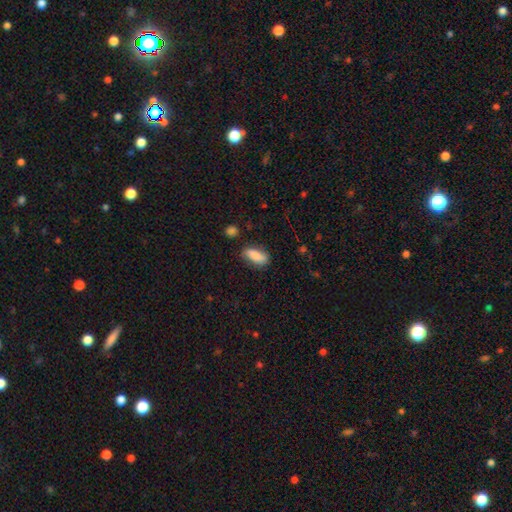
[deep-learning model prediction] Smooth or featured: smooth — 85% (featured or disk — 8%)
How rounded: in between — 79% (cigar-shaped — 18%)
Merging: none — 77% (minor disturbance — 17%)